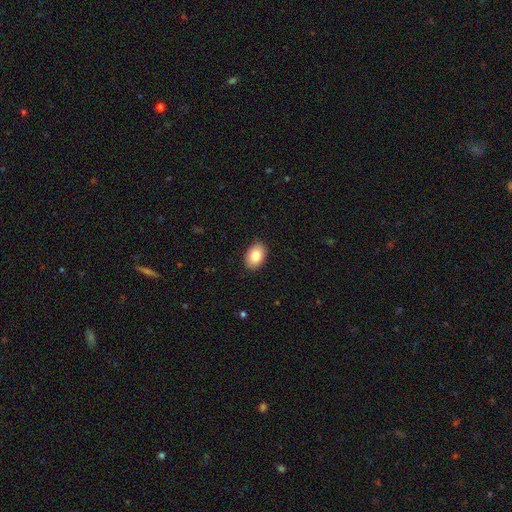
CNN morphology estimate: A smooth galaxy with no disk features (84%) that is in between round and cigar-shaped (85%). Merging: none (89%).